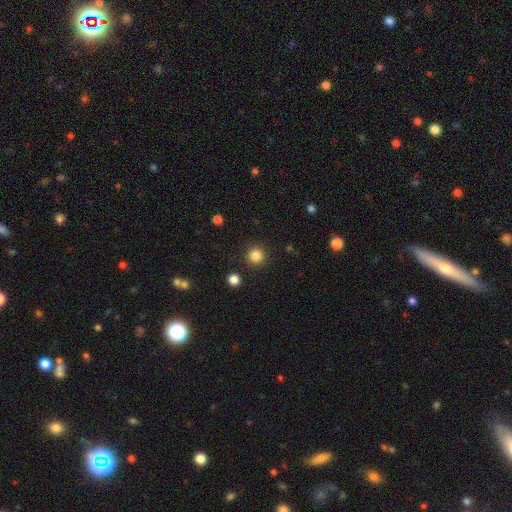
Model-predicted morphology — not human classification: smooth 84%, star or artifact 12%, featured or disk 4%. Down the decision tree: how rounded — round (95%); merging — none (91%).